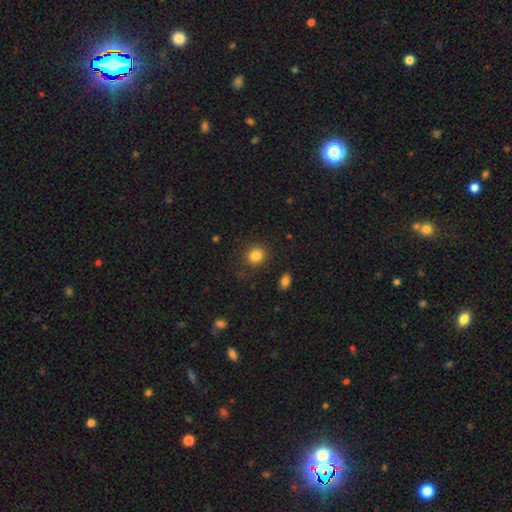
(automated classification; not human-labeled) smooth 84%, star or artifact 11%, featured or disk 5%. Down the decision tree: how rounded — round (84%); merging — none (87%).